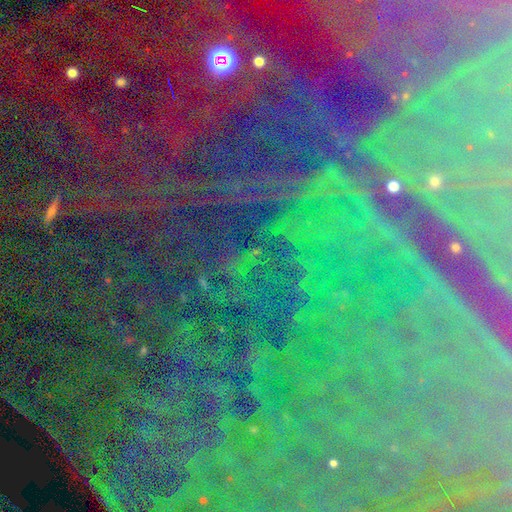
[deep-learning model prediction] This appears to be a star or artifact, not a galaxy (84%).